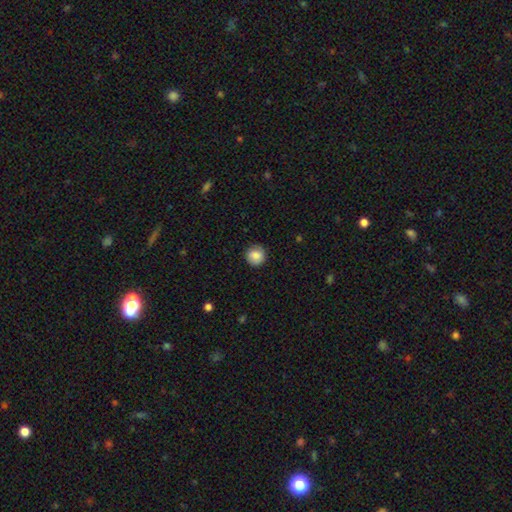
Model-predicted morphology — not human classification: type=smooth (86%); roundness=round (92%); merging=none (87%).